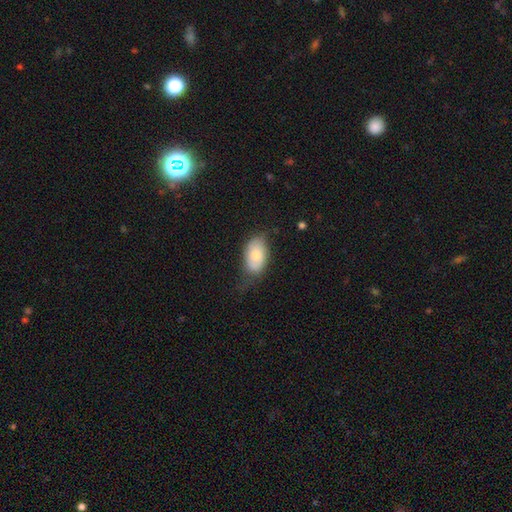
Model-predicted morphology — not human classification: Smooth or featured? Predicted: smooth (p=0.71). How rounded? Predicted: in between (p=0.92). Merging? Predicted: none (p=0.57).